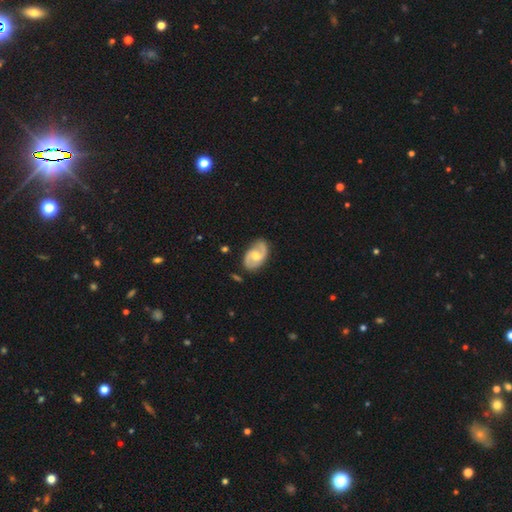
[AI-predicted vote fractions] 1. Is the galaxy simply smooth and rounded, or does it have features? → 79% featured or disk, 16% smooth, 5% star or artifact.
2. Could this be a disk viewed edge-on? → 97% no, 3% yes.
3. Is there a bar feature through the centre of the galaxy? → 50% no, 41% weak, 9% strong.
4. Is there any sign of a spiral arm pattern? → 92% yes, 8% no.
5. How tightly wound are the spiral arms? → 50% medium, 28% tight, 21% loose.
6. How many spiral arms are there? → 89% 2, 5% can't tell, 3% 1, 1% 3, 1% 4, 1% more than 4.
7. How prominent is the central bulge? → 69% moderate, 24% small, 4% large, 2% none, 1% dominant.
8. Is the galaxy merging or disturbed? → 79% none, 15% minor disturbance, 4% major disturbance, 2% merger.